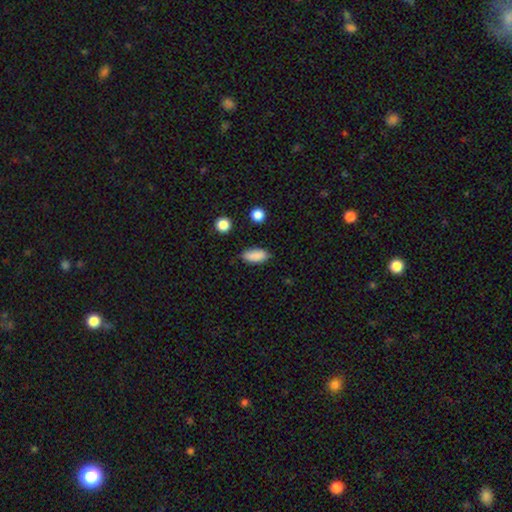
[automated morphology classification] Smooth or featured?
  - smooth: 87% *
  - star or artifact: 8%
  - featured or disk: 5%
How rounded?
  - in between: 87% *
  - cigar-shaped: 10%
  - round: 3%
Merging?
  - none: 80% *
  - minor disturbance: 15%
  - major disturbance: 3%
  - merger: 2%